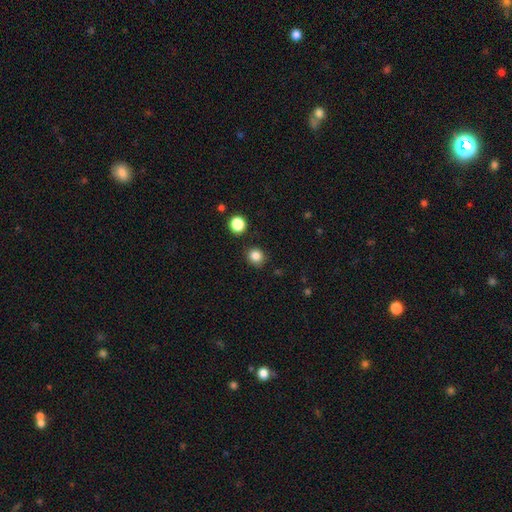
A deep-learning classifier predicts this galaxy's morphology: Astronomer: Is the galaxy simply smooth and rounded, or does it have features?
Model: smooth — 85%.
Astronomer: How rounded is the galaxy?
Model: round — 90%.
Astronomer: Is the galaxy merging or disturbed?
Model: none — 88%.